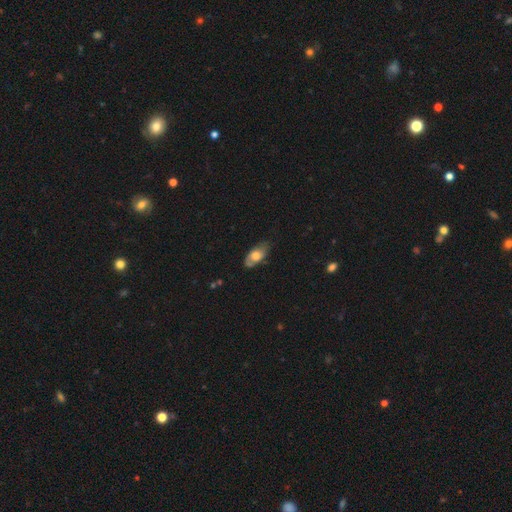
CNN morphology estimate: This appears to be a smooth galaxy with no disk features (63%) that is in between round and cigar-shaped (88%). Merging: none (65%).